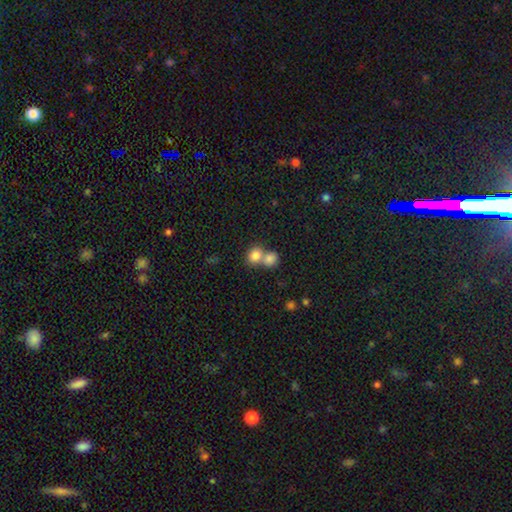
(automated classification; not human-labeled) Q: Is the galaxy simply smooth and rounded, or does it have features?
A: smooth — 82%.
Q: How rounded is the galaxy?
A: round — 66%.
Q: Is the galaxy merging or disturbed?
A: merger — 56%.